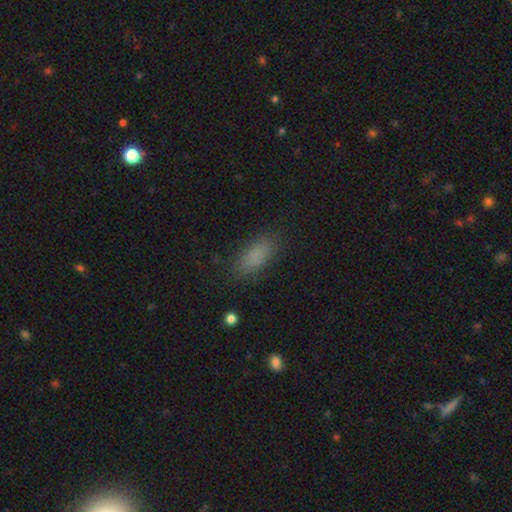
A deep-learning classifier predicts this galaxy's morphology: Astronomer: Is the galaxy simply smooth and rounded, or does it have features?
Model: smooth — 84%.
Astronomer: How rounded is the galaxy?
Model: in between — 77%.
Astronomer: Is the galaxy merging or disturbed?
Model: none — 83%.